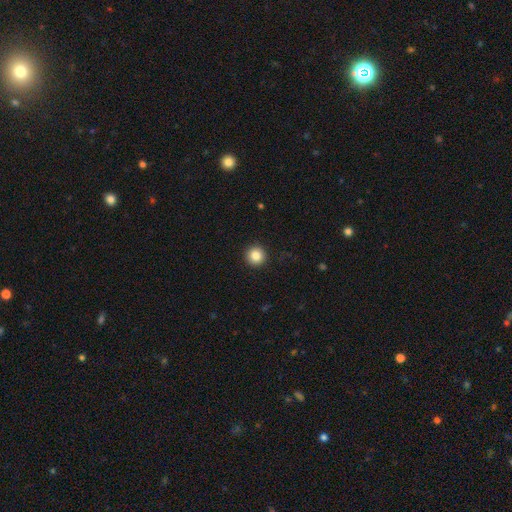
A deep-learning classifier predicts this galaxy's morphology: smooth 85%, star or artifact 10%, featured or disk 5%. Down the decision tree: how rounded — round (95%); merging — none (92%).